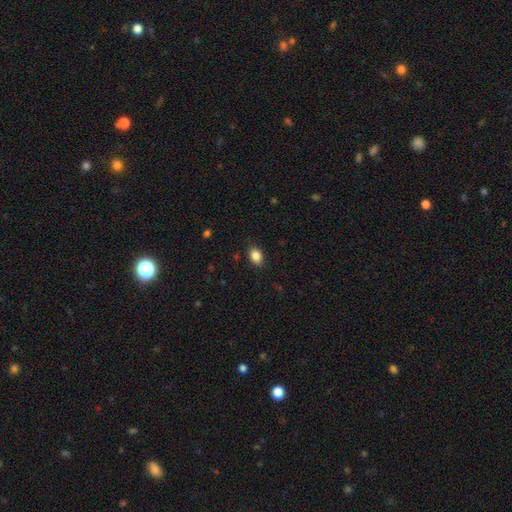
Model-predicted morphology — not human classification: smooth 85%, star or artifact 9%, featured or disk 6%. Down the decision tree: how rounded — in between (74%); merging — none (86%).